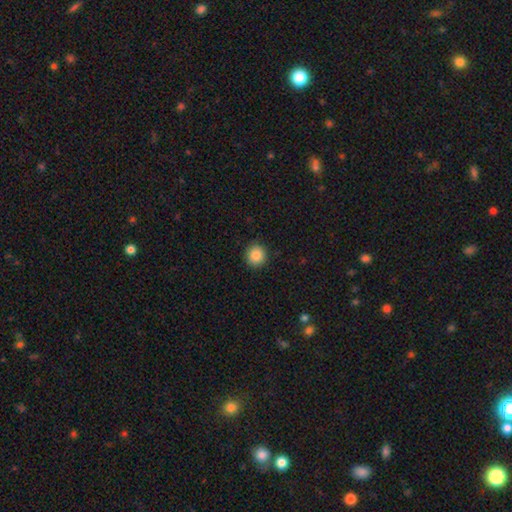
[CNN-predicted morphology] Q: Smooth or featured?
A: smooth (87%); runner-up: star or artifact (9%)
Q: How rounded?
A: round (91%); runner-up: in between (8%)
Q: Merging?
A: none (91%); runner-up: minor disturbance (6%)